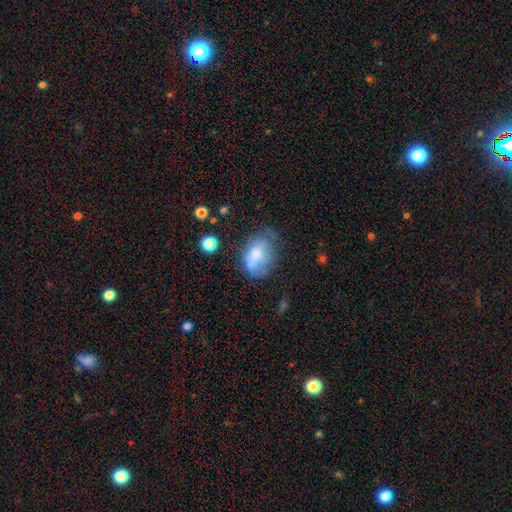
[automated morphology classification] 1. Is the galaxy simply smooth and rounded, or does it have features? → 63% smooth, 26% featured or disk, 10% star or artifact.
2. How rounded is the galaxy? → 77% in between, 22% round, 1% cigar-shaped.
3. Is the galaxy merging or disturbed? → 38% none, 33% minor disturbance, 23% major disturbance, 7% merger.